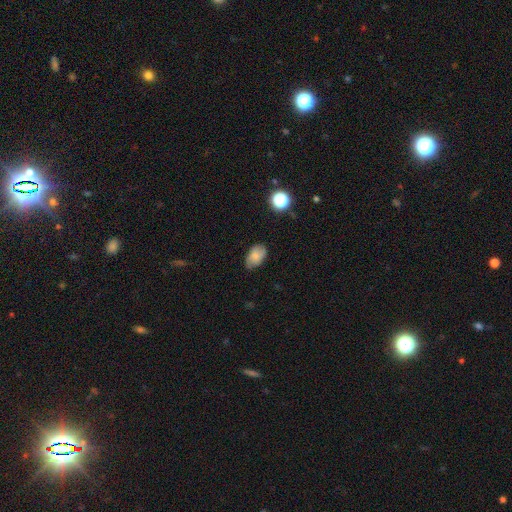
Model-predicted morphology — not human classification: A smooth galaxy with no disk features (76%) that is in between round and cigar-shaped (89%).

Vote fractions:
- Smooth or featured? smooth: 76% / featured or disk: 15% / star or artifact: 9%
- How rounded? in between: 89% / round: 9% / cigar-shaped: 2%
- Merging? none: 69% / minor disturbance: 25% / major disturbance: 4% / merger: 1%